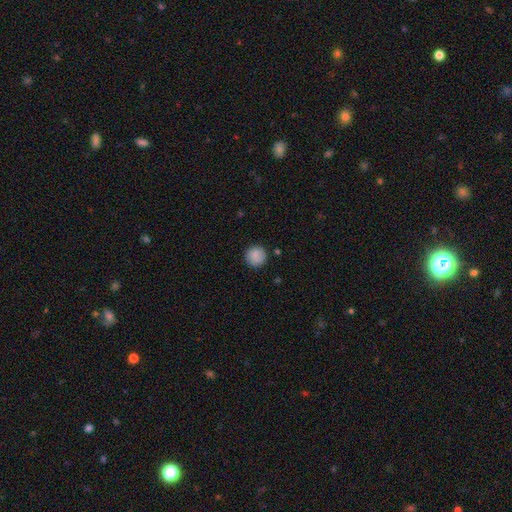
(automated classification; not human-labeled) Smooth or featured? smooth (87%)
How rounded? round (95%)
Merging? none (88%)